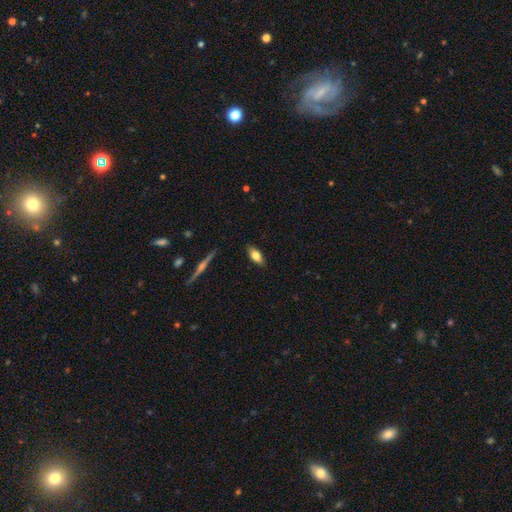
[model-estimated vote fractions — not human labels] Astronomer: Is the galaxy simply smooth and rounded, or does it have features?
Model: smooth — 76%.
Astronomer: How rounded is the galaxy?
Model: in between — 82%.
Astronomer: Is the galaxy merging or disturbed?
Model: none — 87%.